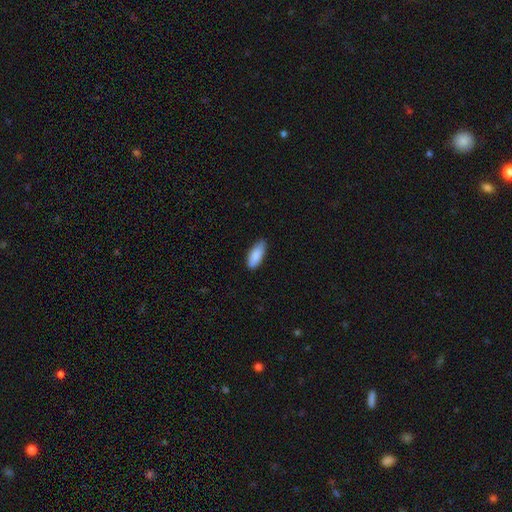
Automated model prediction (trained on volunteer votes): This appears to be a smooth galaxy with no disk features (89%) that is in between round and cigar-shaped (81%). Merging: none (79%).